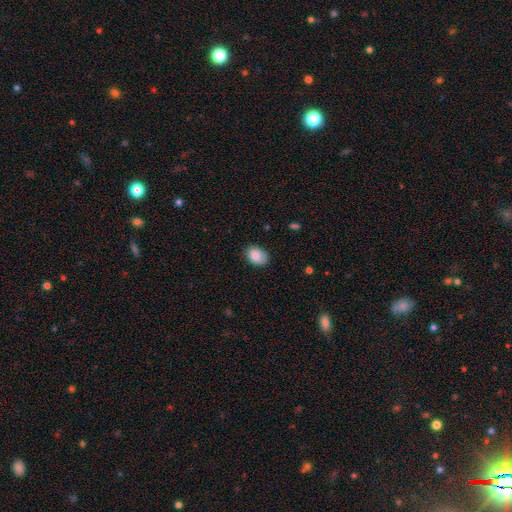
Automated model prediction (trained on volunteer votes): smooth-or-featured: smooth: 85% | featured or disk: 7% | star or artifact: 7%
  how-rounded: in between: 78% | round: 21% | cigar-shaped: 1%
  merging: none: 77% | minor disturbance: 18% | major disturbance: 3% | merger: 1%